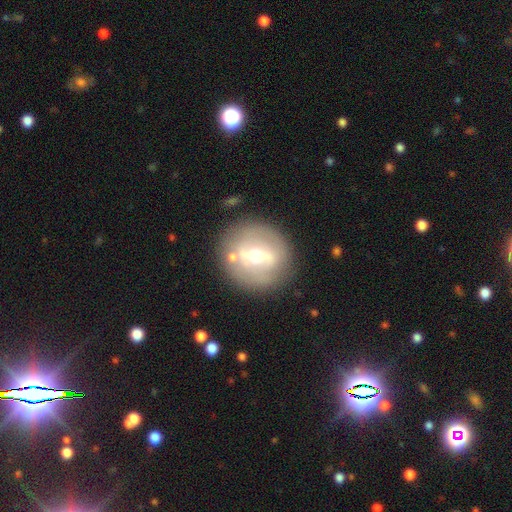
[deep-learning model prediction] The model was most divided on "bar": strong: 48%, weak: 37%, no: 14%. More confident: edge-on disk — no (87%); merging — none (81%); spiral arms — no (73%); bulge size — moderate (69%); smooth or featured — featured or disk (63%).